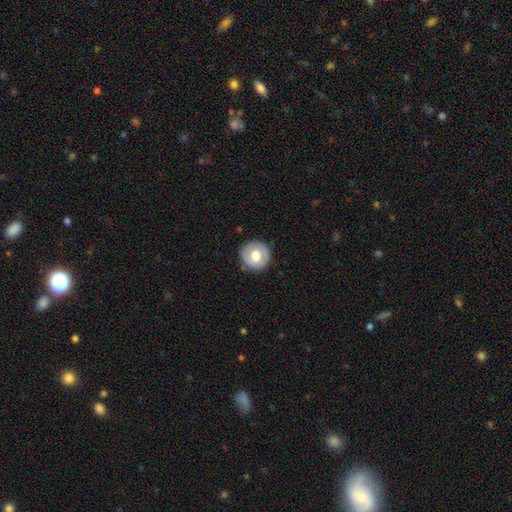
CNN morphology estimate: Smooth or featured? smooth (63%)
How rounded? round (93%)
Merging? none (88%)